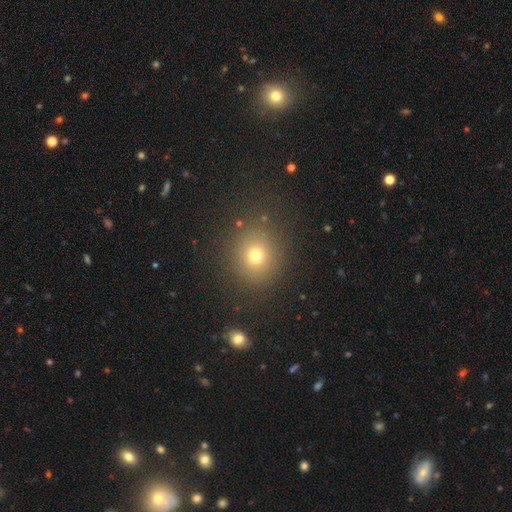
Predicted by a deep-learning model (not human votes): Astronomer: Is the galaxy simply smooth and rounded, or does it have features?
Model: smooth — 72%.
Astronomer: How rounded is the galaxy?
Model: round — 82%.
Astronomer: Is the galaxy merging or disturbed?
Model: none — 86%.